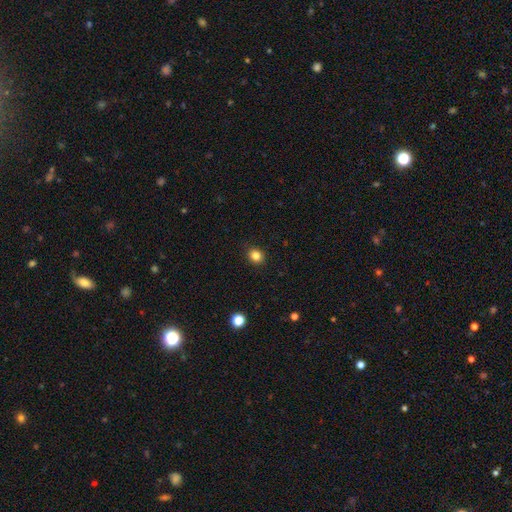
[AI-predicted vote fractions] This appears to be a smooth galaxy with no disk features (84%) that is round (72%). Merging: none (90%).